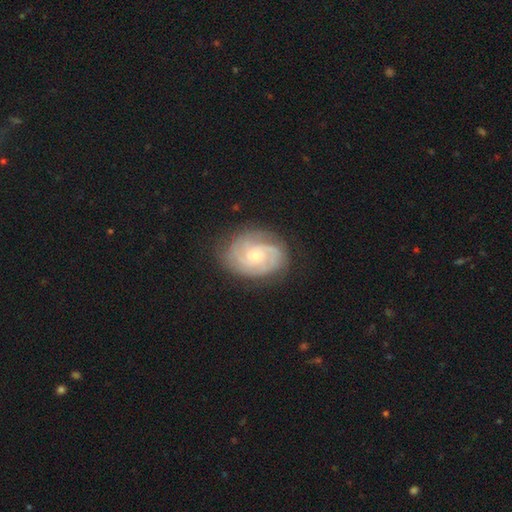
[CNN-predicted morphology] Smooth or featured: featured or disk — 83% (smooth — 12%)
Edge-on disk: no — 98% (yes — 2%)
Bar: no — 73% (weak — 24%)
Spiral arms: yes — 97% (no — 3%)
Spiral winding: tight — 66% (medium — 29%)
Spiral arm count: 3 — 32% (2 — 25%)
Bulge size: small — 64% (moderate — 31%)
Merging: none — 78% (minor disturbance — 15%)